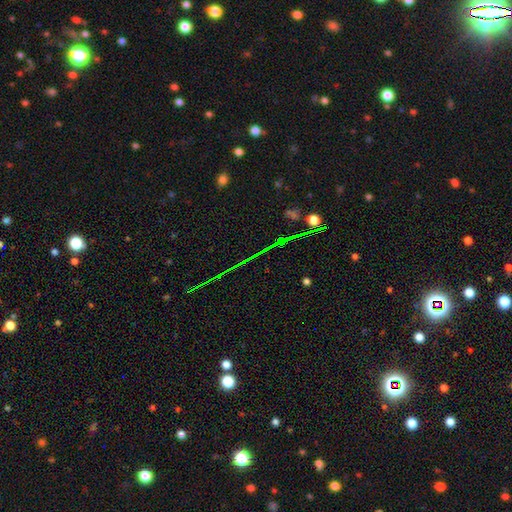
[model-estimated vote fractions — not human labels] smooth-or-featured: star or artifact: 75% | featured or disk: 13% | smooth: 12%